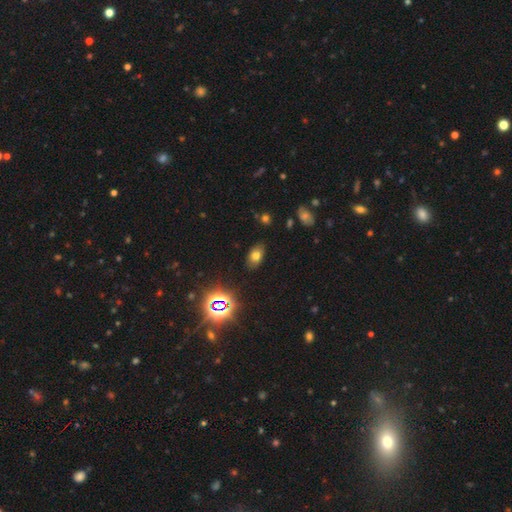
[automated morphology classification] smooth-or-featured: smooth: 68% | star or artifact: 20% | featured or disk: 12%
  how-rounded: in between: 88% | round: 10% | cigar-shaped: 2%
  merging: none: 84% | minor disturbance: 11% | major disturbance: 3% | merger: 2%